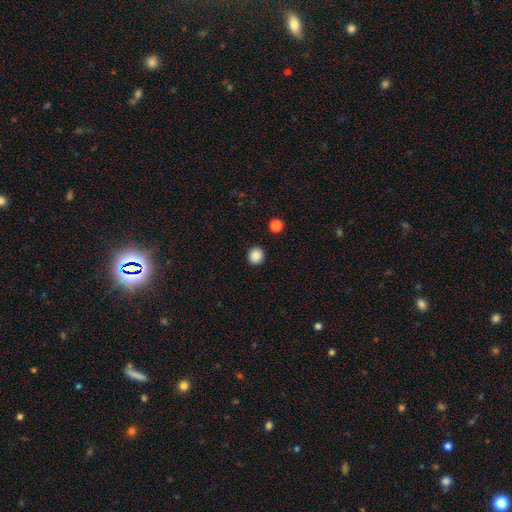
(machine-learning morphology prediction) smooth-or-featured: smooth: 88% | star or artifact: 9% | featured or disk: 3%
  how-rounded: round: 91% | in between: 8% | cigar-shaped: 1%
  merging: none: 92% | minor disturbance: 5% | major disturbance: 2% | merger: 1%